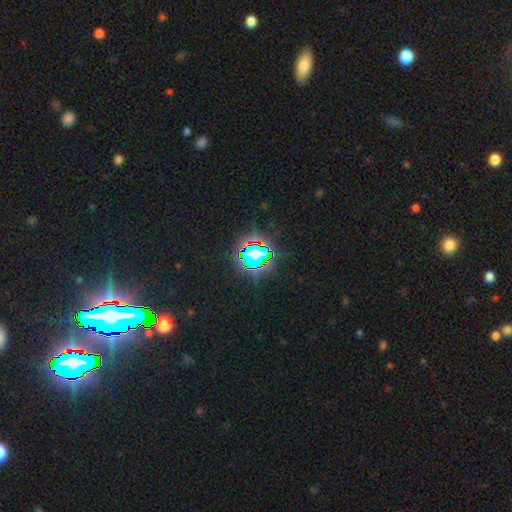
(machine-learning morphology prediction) type=star or artifact (70%).